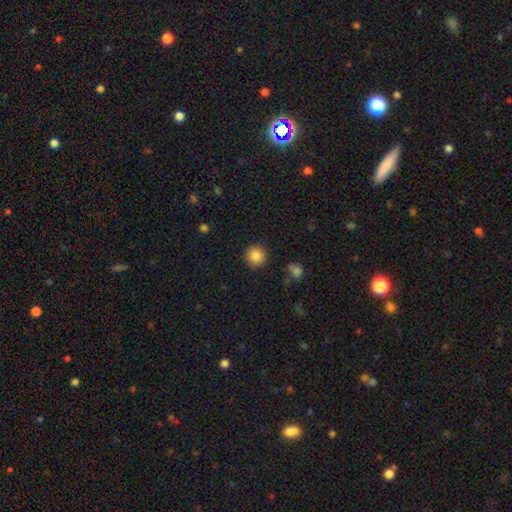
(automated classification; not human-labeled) Smooth or featured? Predicted: smooth (p=0.87). How rounded? Predicted: round (p=0.93). Merging? Predicted: none (p=0.90).